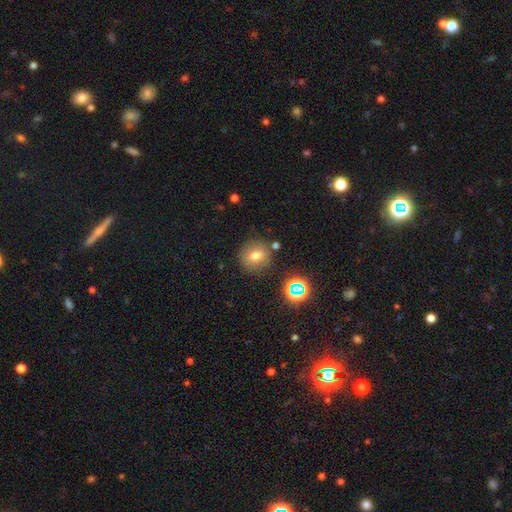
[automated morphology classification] The model was most divided on "smooth or featured": smooth: 71%, star or artifact: 17%, featured or disk: 13%. More confident: how rounded — round (86%); merging — none (81%).